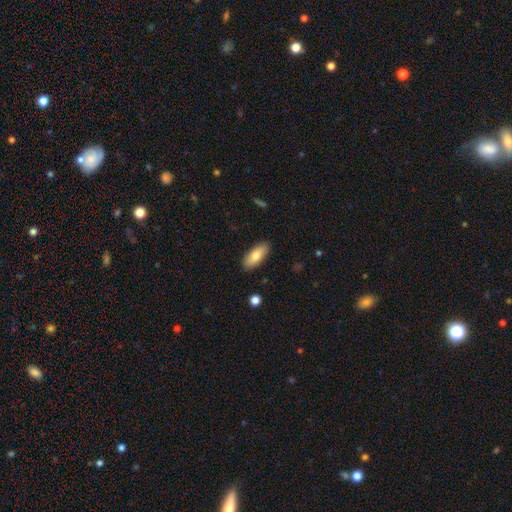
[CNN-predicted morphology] Q: Smooth or featured?
A: smooth (79%); runner-up: featured or disk (15%)
Q: How rounded?
A: in between (80%); runner-up: cigar-shaped (18%)
Q: Merging?
A: none (88%); runner-up: minor disturbance (9%)